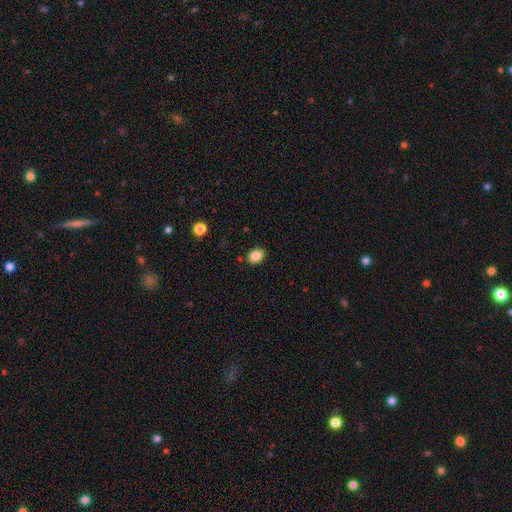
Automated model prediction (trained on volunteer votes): This appears to be a smooth galaxy with no disk features (86%) that is in between round and cigar-shaped (62%). Merging: none (87%).